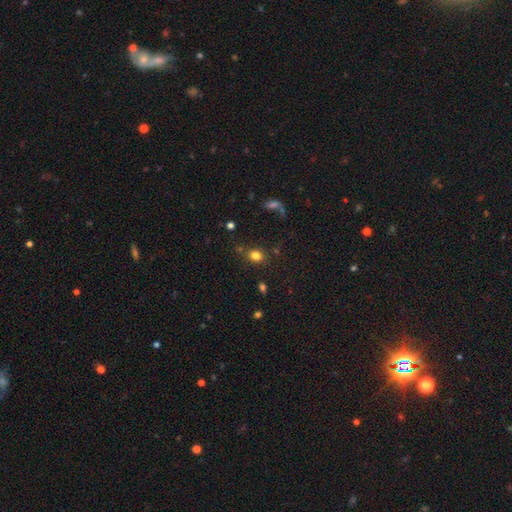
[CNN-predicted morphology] The model was most divided on "how rounded": round: 51%, in between: 48%, cigar-shaped: 1%. More confident: smooth or featured — smooth (80%); merging — none (79%).